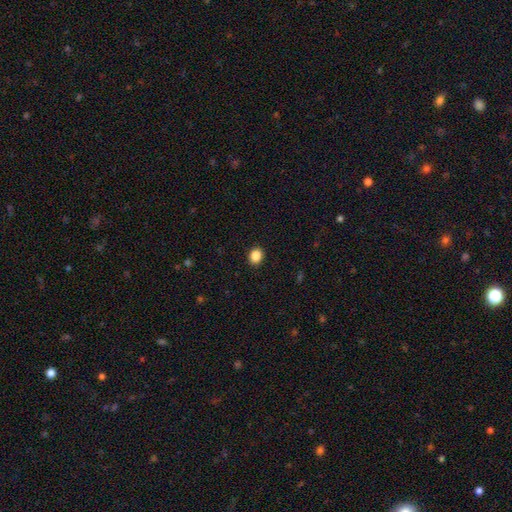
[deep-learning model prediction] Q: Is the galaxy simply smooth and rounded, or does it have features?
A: smooth — 87%.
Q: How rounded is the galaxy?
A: round — 63%.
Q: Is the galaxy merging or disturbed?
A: none — 91%.